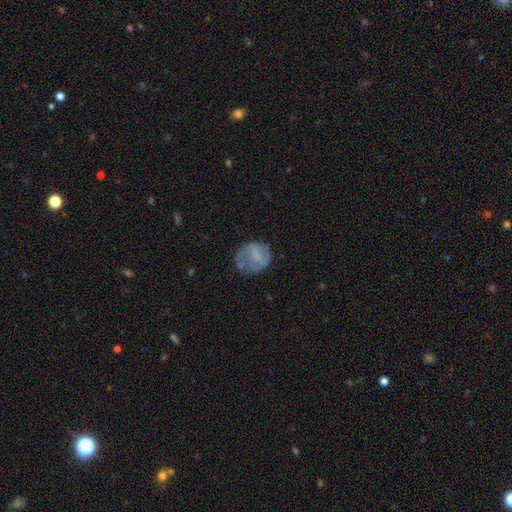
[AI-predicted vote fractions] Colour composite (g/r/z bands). It shows a smooth galaxy with no disk features (51%) that is round (70%). Merging: none (49%).